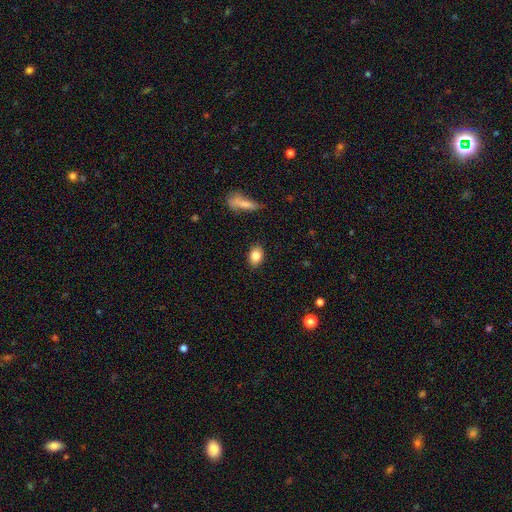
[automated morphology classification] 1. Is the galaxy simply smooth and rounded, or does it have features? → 83% smooth, 9% featured or disk, 8% star or artifact.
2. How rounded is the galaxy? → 75% in between, 23% round, 2% cigar-shaped.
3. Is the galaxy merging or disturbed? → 87% none, 9% minor disturbance, 2% major disturbance, 1% merger.